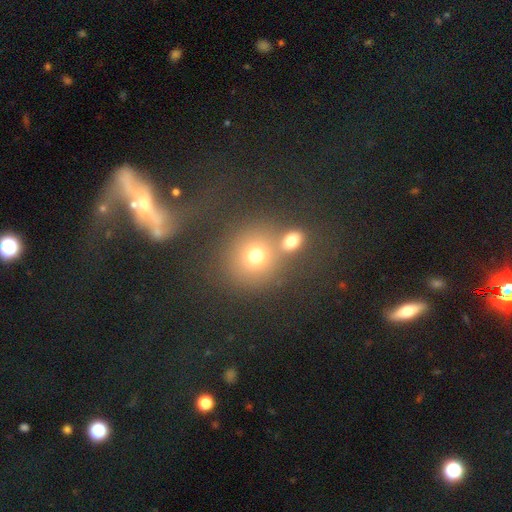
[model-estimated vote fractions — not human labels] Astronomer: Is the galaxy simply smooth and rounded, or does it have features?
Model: smooth — 71%.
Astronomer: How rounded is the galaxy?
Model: round — 83%.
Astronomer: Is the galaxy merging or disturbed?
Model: none — 53% (runner-up: merger, 33%).